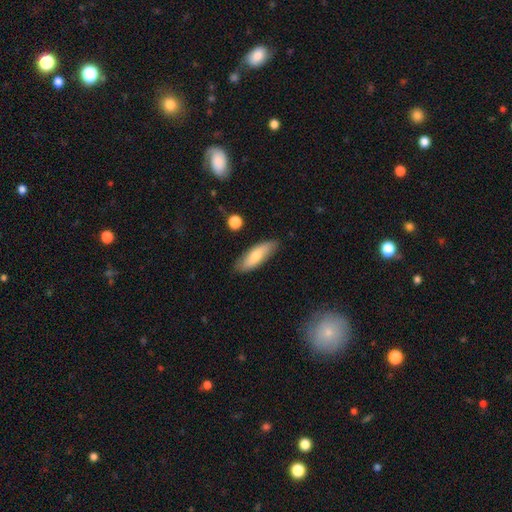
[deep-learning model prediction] smooth_or_featured: smooth (p=0.70) [alt: featured or disk p=0.23]
how_rounded: in between (p=0.65) [alt: cigar-shaped p=0.33]
merging: none (p=0.82) [alt: minor disturbance p=0.14]